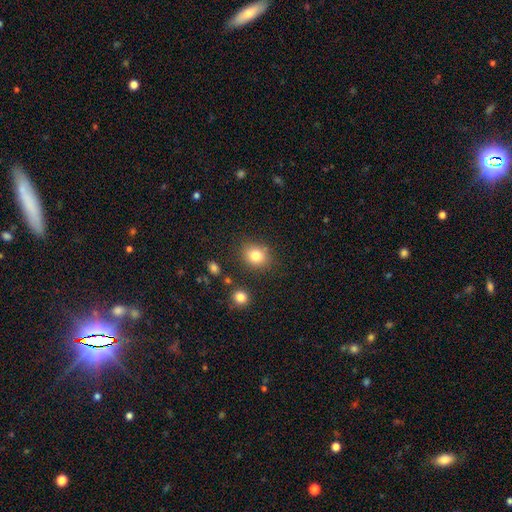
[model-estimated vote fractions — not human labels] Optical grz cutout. It shows a smooth galaxy with no disk features (81%) that is round (62%). Merging: none (82%).